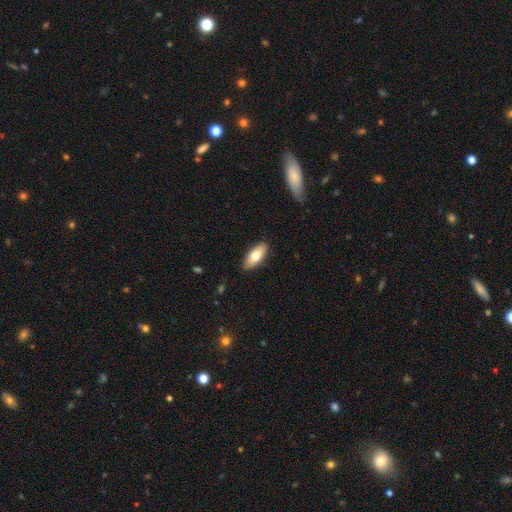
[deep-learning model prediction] smooth-or-featured: smooth: 74% | featured or disk: 20% | star or artifact: 6%
  how-rounded: in between: 80% | cigar-shaped: 17% | round: 2%
  merging: none: 88% | minor disturbance: 9% | major disturbance: 2% | merger: 1%